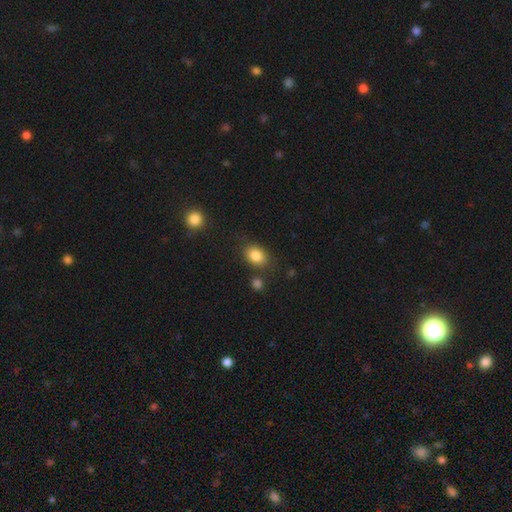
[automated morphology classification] smooth 85%, star or artifact 9%, featured or disk 6%. Down the decision tree: how rounded — in between (70%); merging — none (77%).